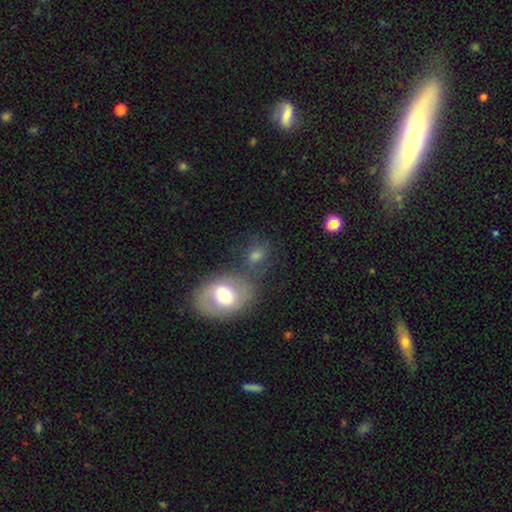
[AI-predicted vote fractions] Smooth or featured: smooth — 60% (featured or disk — 27%)
How rounded: round — 53% (in between — 45%)
Merging: none — 60% (merger — 18%)